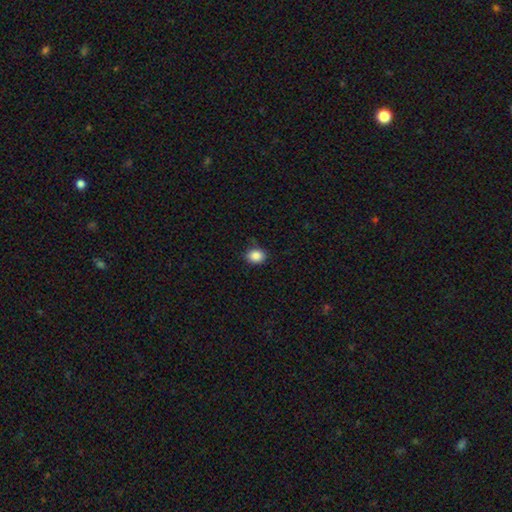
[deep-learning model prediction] Morphology: type=smooth (87%); roundness=in between (50%, tied with round); merging=none (82%).